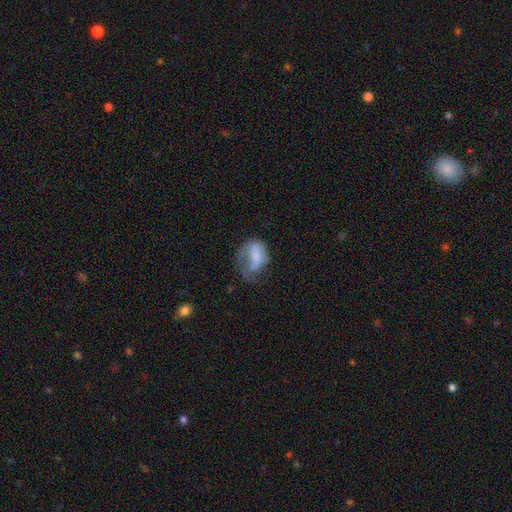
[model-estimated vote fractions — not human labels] Smooth or featured? smooth (58%)
How rounded? in between (77%)
Merging? major disturbance (48%)